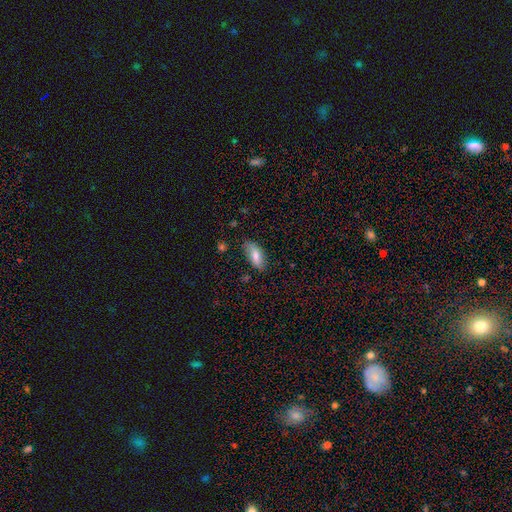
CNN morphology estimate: Smooth or featured? Predicted: smooth (p=0.77). How rounded? Predicted: in between (p=0.86). Merging? Predicted: none (p=0.67).